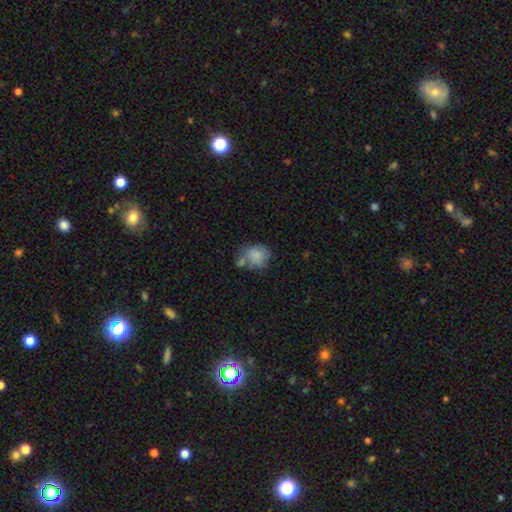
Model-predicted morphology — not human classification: type=smooth (78%); roundness=round (68%); merging=none (40%).